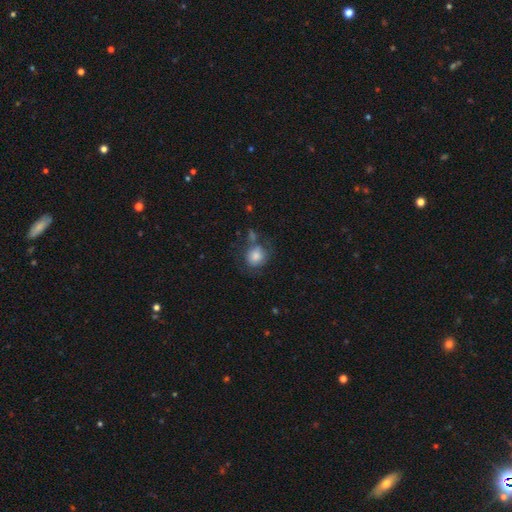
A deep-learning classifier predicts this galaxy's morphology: A smooth galaxy with no disk features (77%) that is round (73%).

Vote fractions:
- Smooth or featured? smooth: 77% / featured or disk: 15% / star or artifact: 9%
- How rounded? round: 73% / in between: 26% / cigar-shaped: 1%
- Merging? none: 50% / minor disturbance: 23% / major disturbance: 14% / merger: 13%